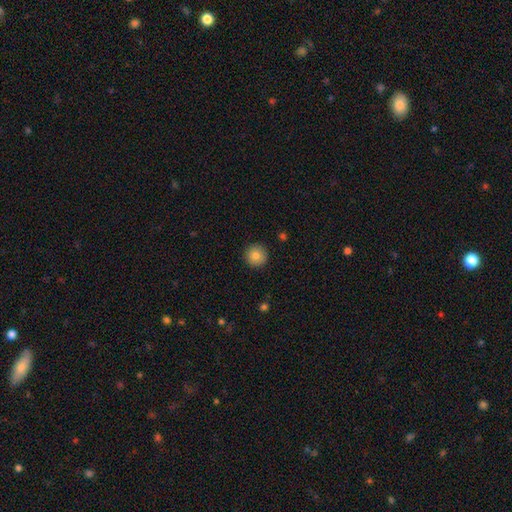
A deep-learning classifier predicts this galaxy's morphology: A smooth galaxy with no disk features (82%) that is round (96%).

Vote fractions:
- Smooth or featured? smooth: 82% / star or artifact: 10% / featured or disk: 8%
- How rounded? round: 96% / in between: 3% / cigar-shaped: 1%
- Merging? none: 92% / minor disturbance: 6% / major disturbance: 2% / merger: 1%